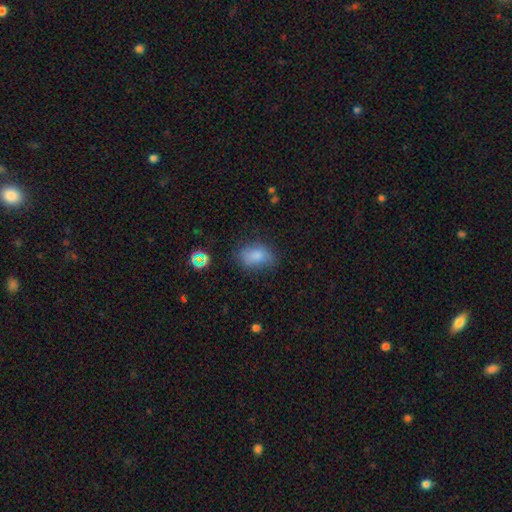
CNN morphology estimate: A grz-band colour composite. It shows a smooth galaxy with no disk features (81%) that is in between round and cigar-shaped (83%). Merging: none (67%).